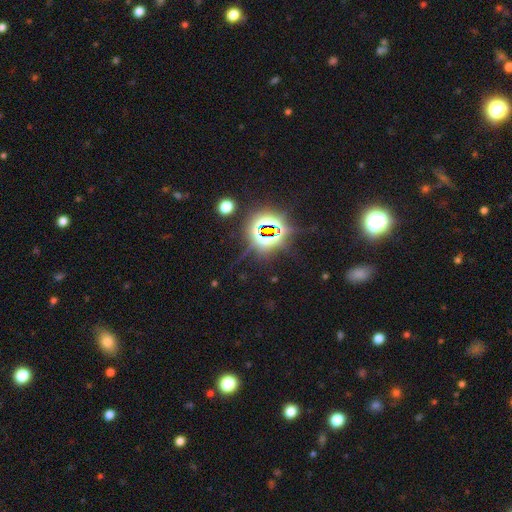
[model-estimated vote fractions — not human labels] This is clearly a star or artifact rather than a galaxy (82%).